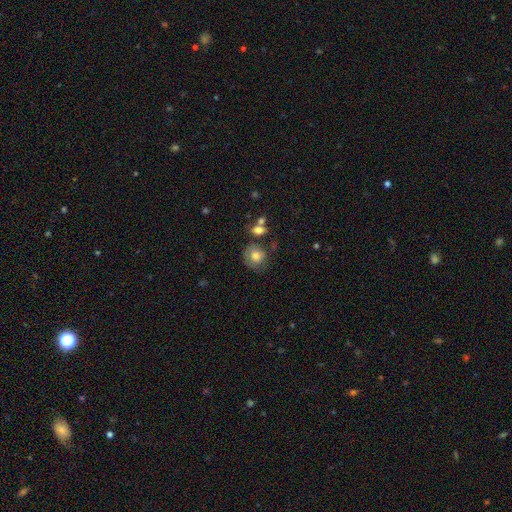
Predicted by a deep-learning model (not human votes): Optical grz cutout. It shows a smooth galaxy with no disk features (75%) that is round (81%). Merging: none (60%).